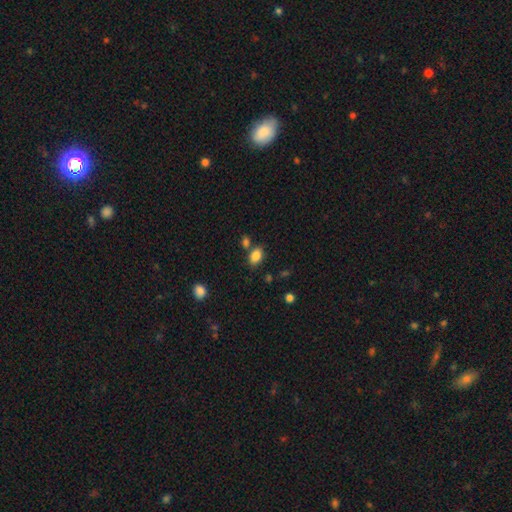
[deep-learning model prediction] This appears to be a smooth galaxy with no disk features (85%) that is in between round and cigar-shaped (84%). Merging: none (68%).